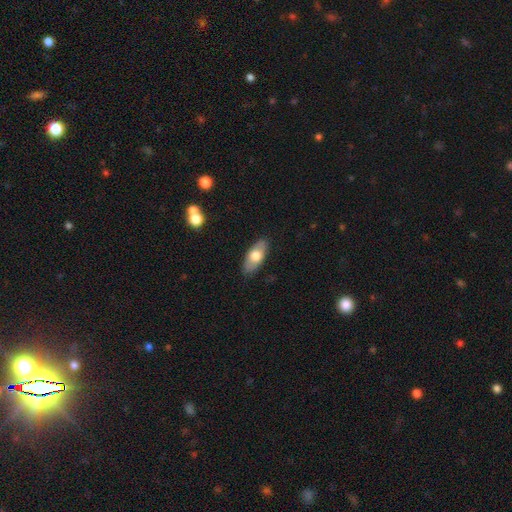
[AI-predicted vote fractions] smooth_or_featured: smooth (p=0.65) [alt: featured or disk p=0.29]
how_rounded: in between (p=0.85) [alt: cigar-shaped p=0.12]
merging: none (p=0.85) [alt: minor disturbance p=0.12]